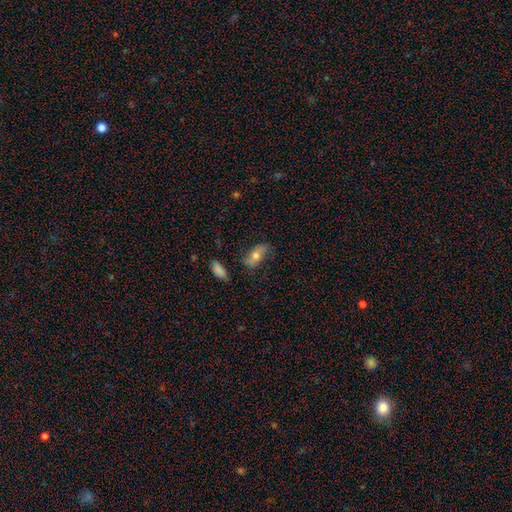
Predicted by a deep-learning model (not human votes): Q: Smooth or featured?
A: smooth (63%); runner-up: featured or disk (29%)
Q: How rounded?
A: in between (81%); runner-up: cigar-shaped (14%)
Q: Merging?
A: none (71%); runner-up: minor disturbance (21%)